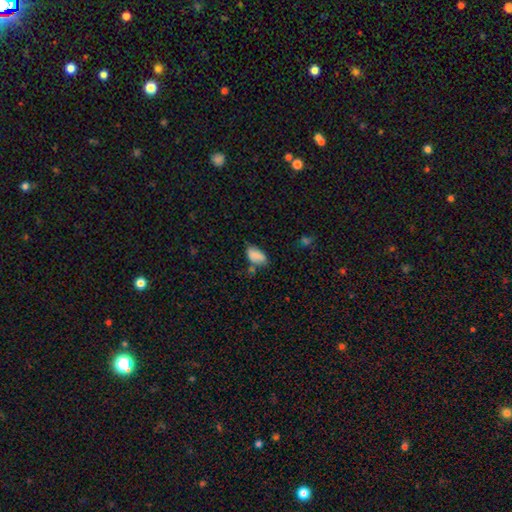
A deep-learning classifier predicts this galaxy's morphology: Q: Smooth or featured?
A: smooth (83%); runner-up: featured or disk (9%)
Q: How rounded?
A: in between (93%); runner-up: round (5%)
Q: Merging?
A: none (56%); runner-up: minor disturbance (28%)